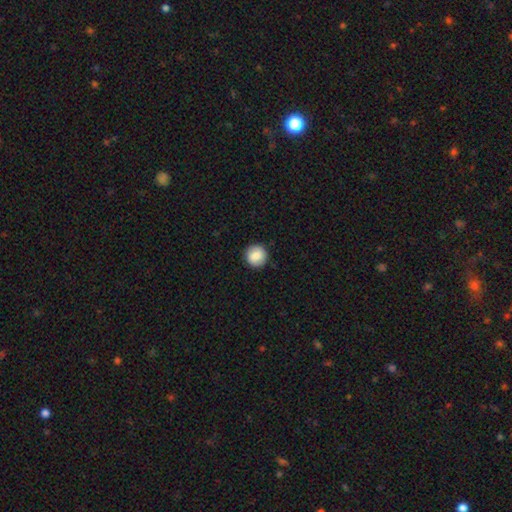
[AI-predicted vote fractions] Smooth or featured: smooth — 84% (featured or disk — 8%)
How rounded: round — 94% (in between — 5%)
Merging: none — 91% (minor disturbance — 6%)